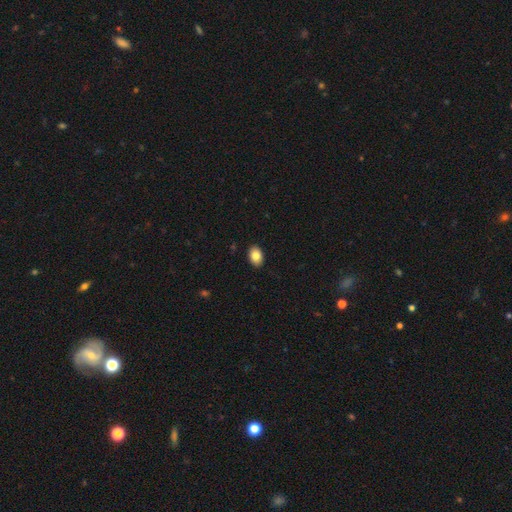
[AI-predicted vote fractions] This is clearly a smooth galaxy (85%). How rounded: clearly in between (83%). Merging: clearly none (90%).